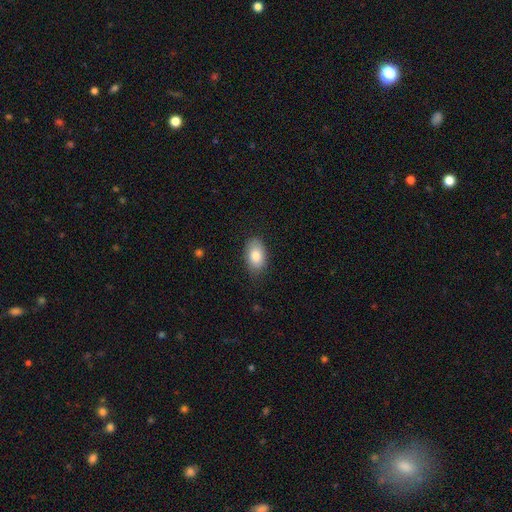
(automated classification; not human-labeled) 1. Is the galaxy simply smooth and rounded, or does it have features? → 84% smooth, 10% featured or disk, 7% star or artifact.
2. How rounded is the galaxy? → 91% in between, 7% round, 1% cigar-shaped.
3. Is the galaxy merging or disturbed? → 80% none, 16% minor disturbance, 3% major disturbance, 1% merger.